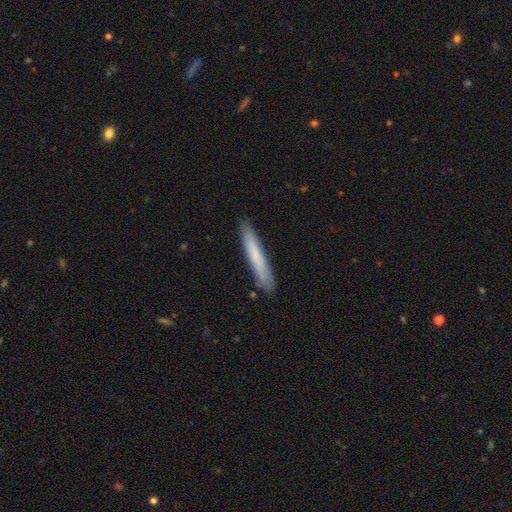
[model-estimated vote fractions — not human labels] The model was most divided on "smooth or featured": smooth: 70%, featured or disk: 24%, star or artifact: 6%. More confident: how rounded — cigar-shaped (95%); merging — none (89%).